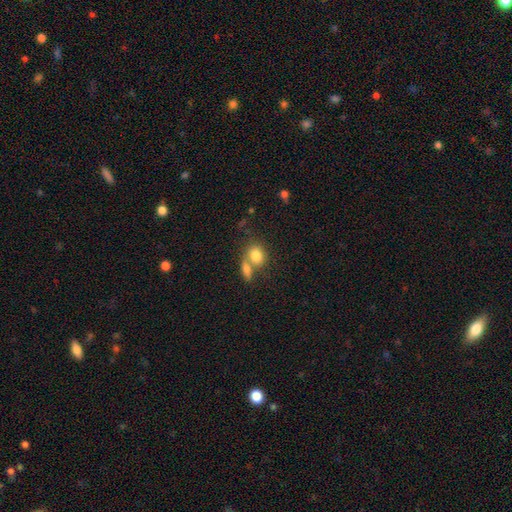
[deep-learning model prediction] Morphology: type=smooth (80%); roundness=in between (51%); merging=merger (47%).